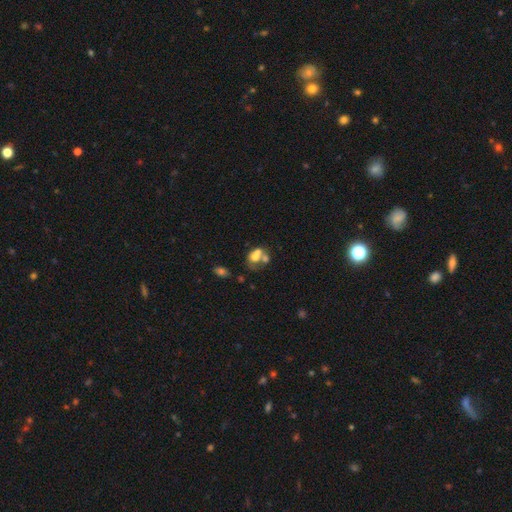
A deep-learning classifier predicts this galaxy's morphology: A smooth galaxy with no disk features (58%) that is in between round and cigar-shaped (60%).

Vote fractions:
- Smooth or featured? smooth: 58% / featured or disk: 30% / star or artifact: 12%
- How rounded? in between: 60% / round: 39% / cigar-shaped: 1%
- Merging? merger: 59% / none: 23% / minor disturbance: 9% / major disturbance: 9%